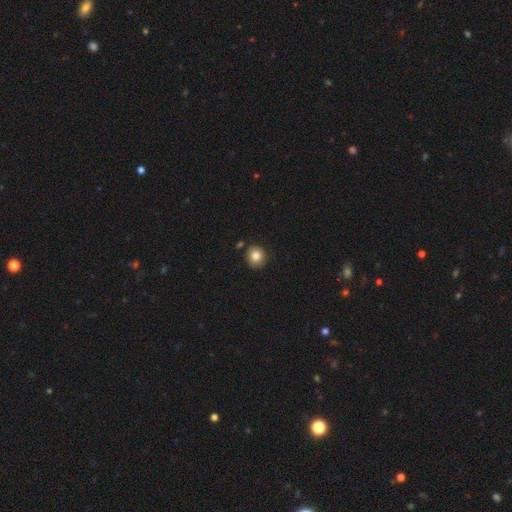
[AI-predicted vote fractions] Q: Smooth or featured?
A: smooth (84%); runner-up: star or artifact (10%)
Q: How rounded?
A: round (86%); runner-up: in between (13%)
Q: Merging?
A: none (82%); runner-up: minor disturbance (11%)